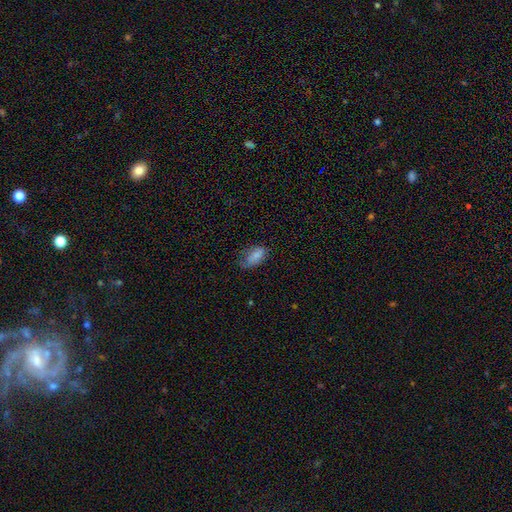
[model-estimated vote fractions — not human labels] Smooth or featured?
  - smooth: 82% *
  - featured or disk: 9%
  - star or artifact: 8%
How rounded?
  - in between: 92% *
  - round: 5%
  - cigar-shaped: 3%
Merging?
  - none: 53% *
  - minor disturbance: 33%
  - major disturbance: 13%
  - merger: 2%